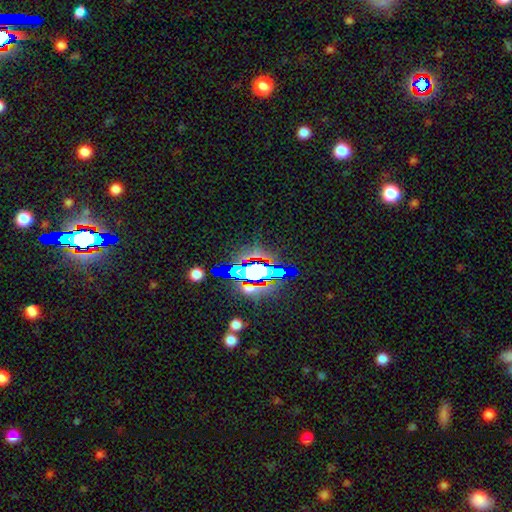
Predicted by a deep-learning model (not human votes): smooth-or-featured: star or artifact: 73% | featured or disk: 16% | smooth: 11%